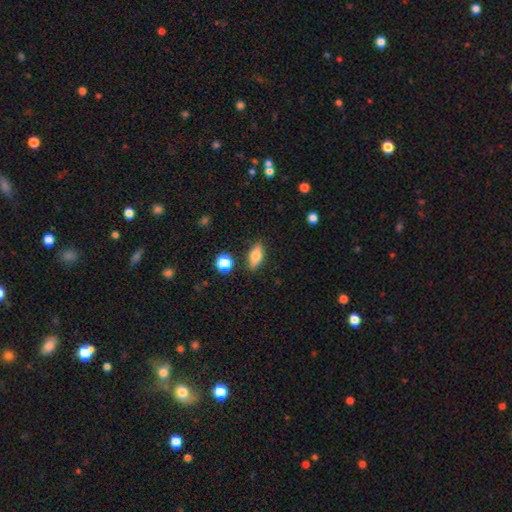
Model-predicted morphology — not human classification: This appears to be a smooth galaxy with no disk features (67%) that is in between round and cigar-shaped (74%). Merging: none (84%).